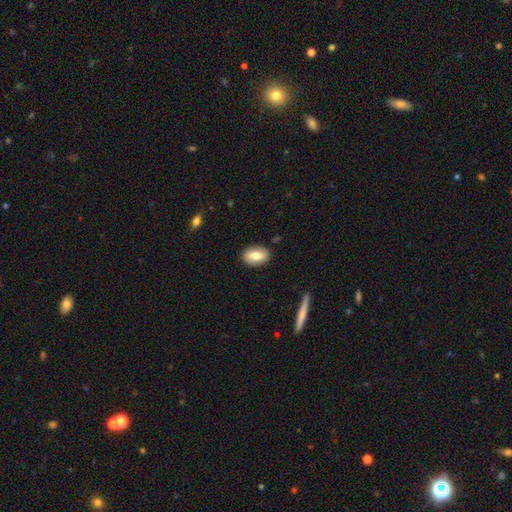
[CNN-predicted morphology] Overall: smooth (74%). How rounded: in between (88%). Merging: none (87%).